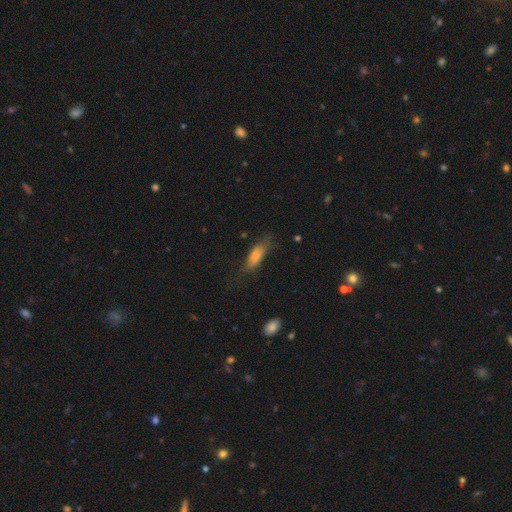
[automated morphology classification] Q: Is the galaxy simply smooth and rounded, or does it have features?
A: smooth — 78%.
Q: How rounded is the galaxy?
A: in between — 59%.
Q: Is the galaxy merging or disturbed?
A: none — 60%.